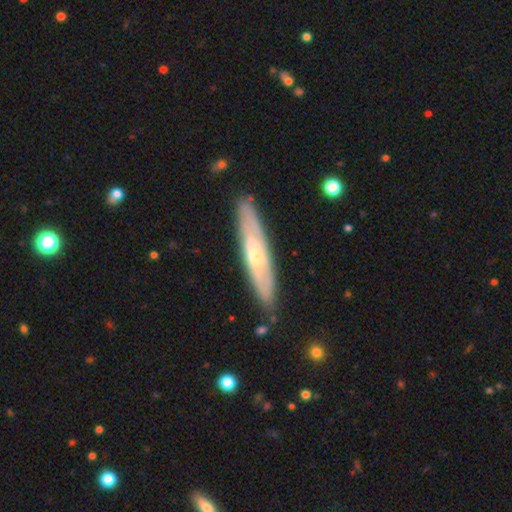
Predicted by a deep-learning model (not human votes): smooth_or_featured: featured or disk (p=0.66) [alt: smooth p=0.28]
disk_edge_on: yes (p=0.61) [alt: no p=0.39]
merging: none (p=0.85) [alt: minor disturbance p=0.12]